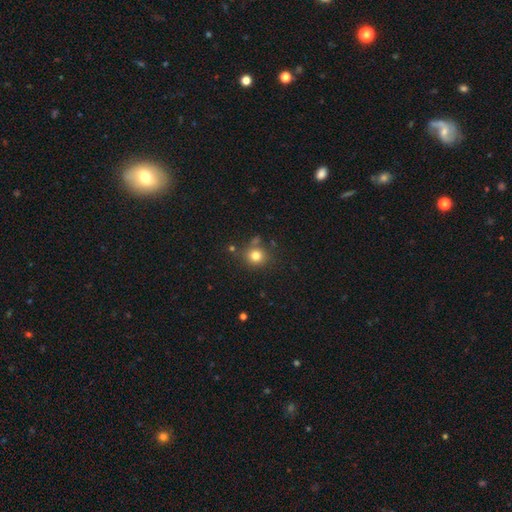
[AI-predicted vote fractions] smooth 79%, star or artifact 14%, featured or disk 8%. Down the decision tree: how rounded — round (88%); merging — none (76%).